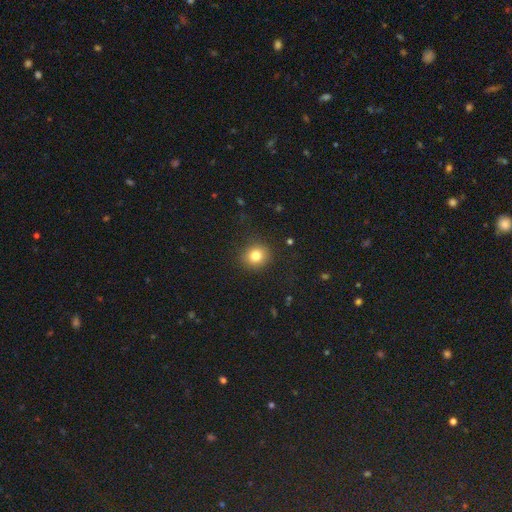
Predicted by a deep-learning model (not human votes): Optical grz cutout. It shows a smooth galaxy with no disk features (81%) that is round (84%). Merging: none (88%).